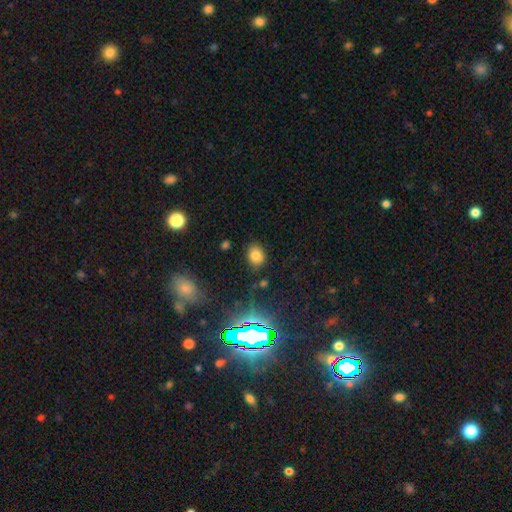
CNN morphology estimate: Smooth or featured? smooth (75%)
How rounded? in between (62%)
Merging? none (83%)